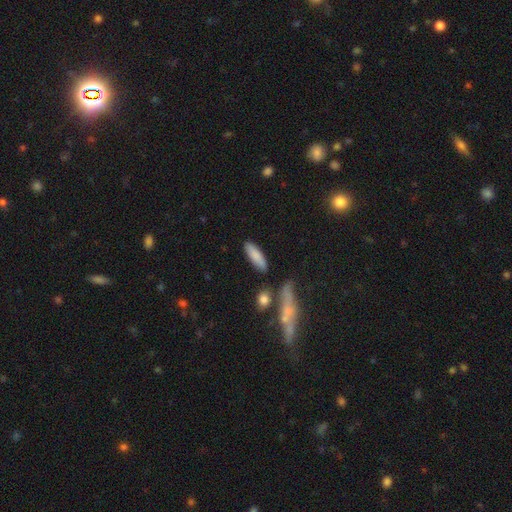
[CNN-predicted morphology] smooth-or-featured: smooth: 83% | featured or disk: 11% | star or artifact: 6%
  how-rounded: cigar-shaped: 51% | in between: 47% | round: 2%
  merging: none: 82% | minor disturbance: 11% | merger: 4% | major disturbance: 3%